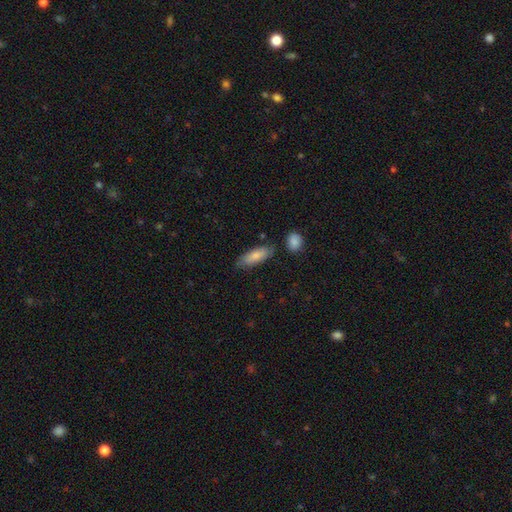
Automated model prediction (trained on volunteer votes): This is clearly a smooth galaxy (82%). How rounded: likely in between (65%). Merging: likely none (76%).